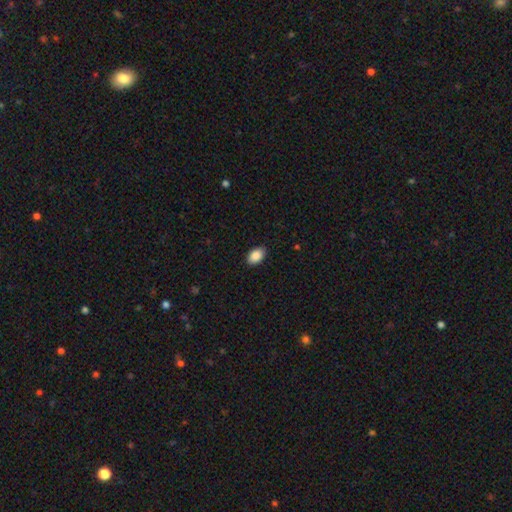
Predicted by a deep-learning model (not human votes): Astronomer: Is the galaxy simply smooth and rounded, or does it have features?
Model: smooth — 90%.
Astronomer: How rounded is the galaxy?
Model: in between — 89%.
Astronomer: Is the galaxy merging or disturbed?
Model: none — 88%.